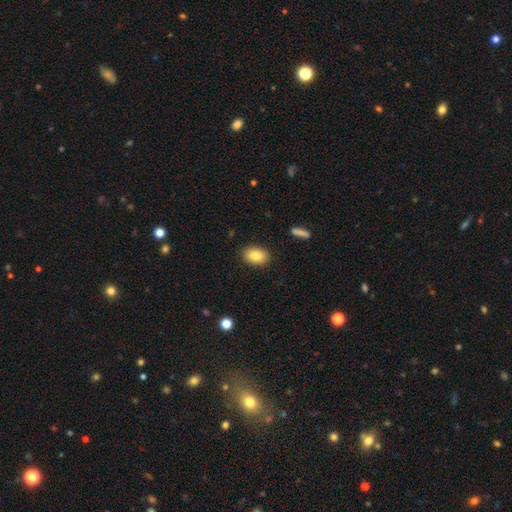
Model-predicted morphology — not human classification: The model was most divided on "how rounded": in between: 85%, round: 13%, cigar-shaped: 1%. More confident: merging — none (88%); smooth or featured — smooth (83%).